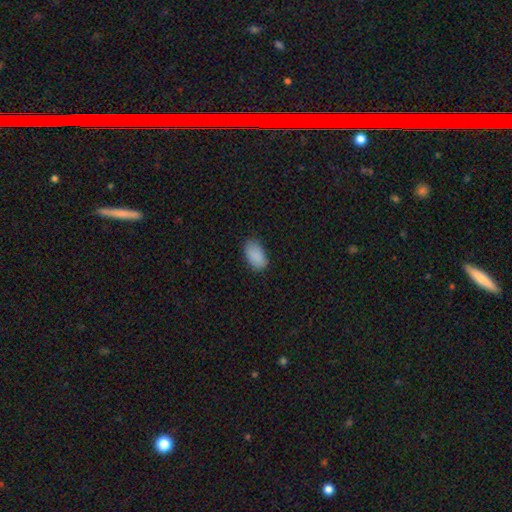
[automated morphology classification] The model was most divided on "merging": none: 80%, minor disturbance: 16%, major disturbance: 3%, merger: 1%. More confident: how rounded — in between (94%); smooth or featured — smooth (89%).